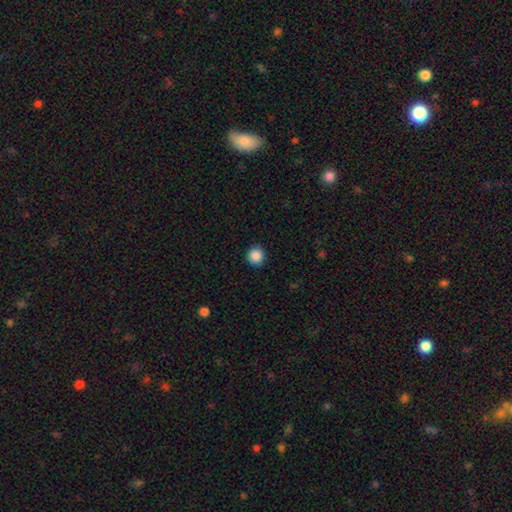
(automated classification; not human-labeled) Smooth or featured?
  - smooth: 88% *
  - star or artifact: 9%
  - featured or disk: 3%
How rounded?
  - round: 94% *
  - in between: 5%
  - cigar-shaped: 1%
Merging?
  - none: 92% *
  - minor disturbance: 5%
  - major disturbance: 2%
  - merger: 1%